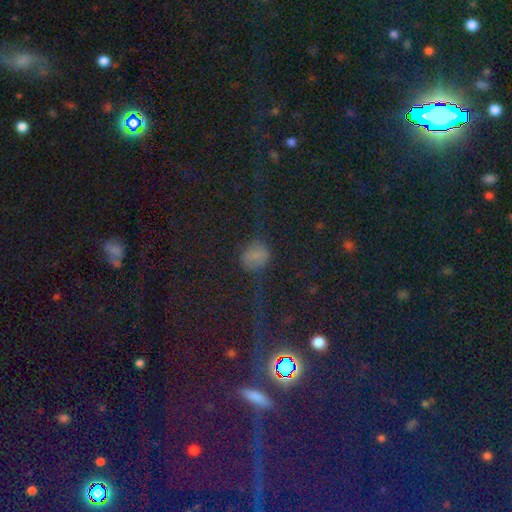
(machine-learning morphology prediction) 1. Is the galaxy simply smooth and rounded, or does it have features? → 53% smooth, 34% star or artifact, 13% featured or disk.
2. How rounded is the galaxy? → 73% round, 24% in between, 3% cigar-shaped.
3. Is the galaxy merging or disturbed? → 67% none, 17% minor disturbance, 12% major disturbance, 4% merger.